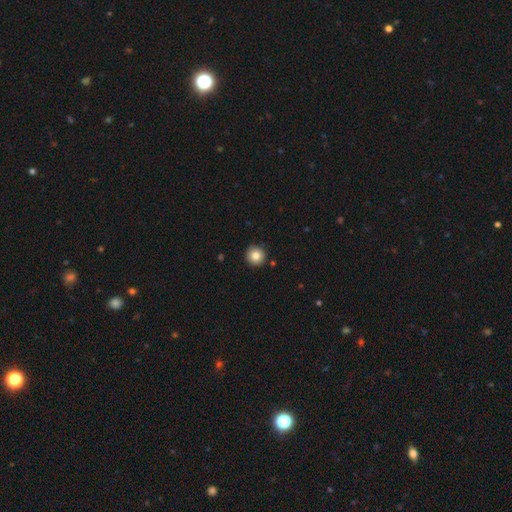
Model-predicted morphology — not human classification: A smooth galaxy with no disk features (85%) that is round (95%).

Vote fractions:
- Smooth or featured? smooth: 85% / star or artifact: 10% / featured or disk: 6%
- How rounded? round: 95% / in between: 4% / cigar-shaped: 1%
- Merging? none: 91% / minor disturbance: 6% / merger: 2% / major disturbance: 2%